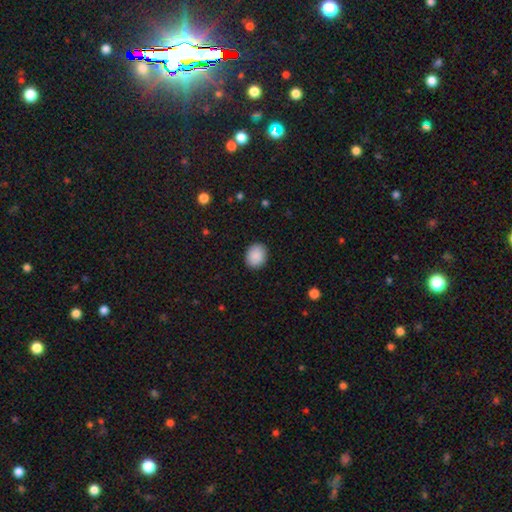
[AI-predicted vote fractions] Smooth or featured? Predicted: smooth (p=0.90). How rounded? Predicted: round (p=0.51). Merging? Predicted: none (p=0.90).